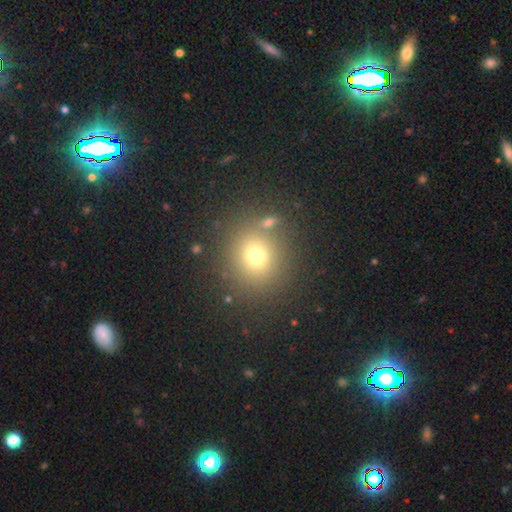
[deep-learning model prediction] A smooth galaxy with no disk features (71%) that is round (87%). Merging: none (80%).